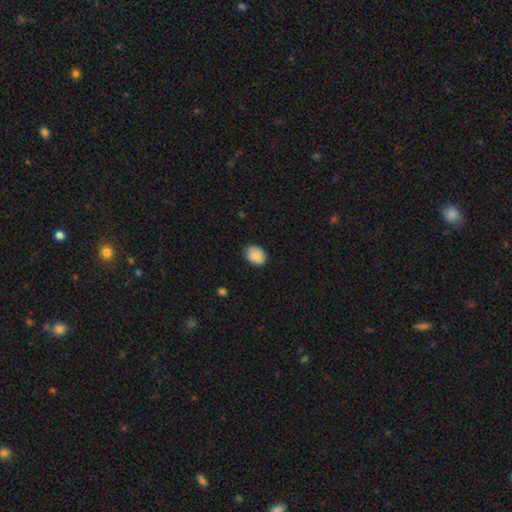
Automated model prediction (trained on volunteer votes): Smooth or featured? Predicted: smooth (p=0.87). How rounded? Predicted: in between (p=0.67). Merging? Predicted: none (p=0.86).